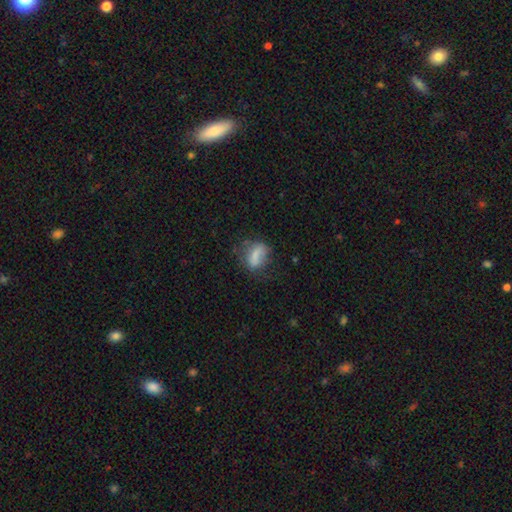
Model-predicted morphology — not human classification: Q: Smooth or featured?
A: smooth (67%); runner-up: featured or disk (22%)
Q: How rounded?
A: in between (75%); runner-up: round (16%)
Q: Merging?
A: none (44%); runner-up: minor disturbance (29%)